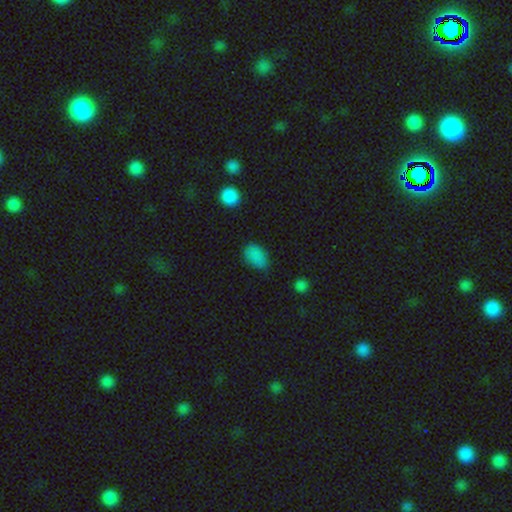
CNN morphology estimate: Smooth or featured? Predicted: smooth (p=0.84). How rounded? Predicted: in between (p=0.89). Merging? Predicted: none (p=0.70).